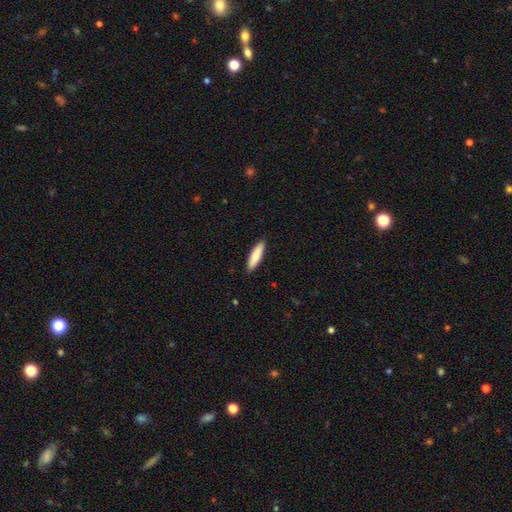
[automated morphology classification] A smooth galaxy with no disk features (81%) that is cigar-shaped (70%).

Vote fractions:
- Smooth or featured? smooth: 81% / featured or disk: 14% / star or artifact: 5%
- How rounded? cigar-shaped: 70% / in between: 29% / round: 1%
- Merging? none: 90% / minor disturbance: 7% / major disturbance: 1% / merger: 1%